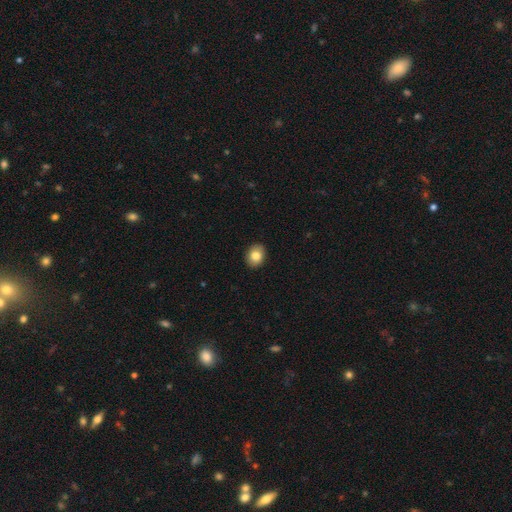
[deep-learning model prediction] smooth 83%, featured or disk 9%, star or artifact 8%. Down the decision tree: how rounded — round (51%); merging — none (90%).